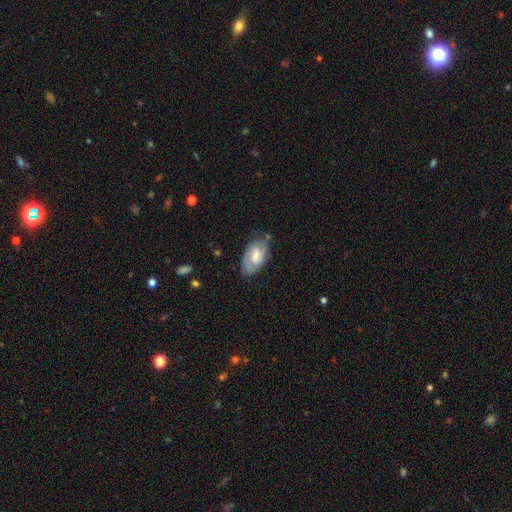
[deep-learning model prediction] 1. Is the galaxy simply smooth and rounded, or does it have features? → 64% featured or disk, 30% smooth, 6% star or artifact.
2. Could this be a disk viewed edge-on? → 95% no, 5% yes.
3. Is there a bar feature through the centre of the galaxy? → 53% weak, 29% no, 18% strong.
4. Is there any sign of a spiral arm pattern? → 84% yes, 16% no.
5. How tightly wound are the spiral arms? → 44% tight, 42% medium, 14% loose.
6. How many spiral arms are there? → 73% 2, 16% can't tell, 6% 1, 2% 3, 1% 4, 1% more than 4.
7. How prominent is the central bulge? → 49% moderate, 27% small, 14% large, 8% none, 2% dominant.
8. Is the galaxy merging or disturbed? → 67% none, 24% minor disturbance, 7% major disturbance, 2% merger.